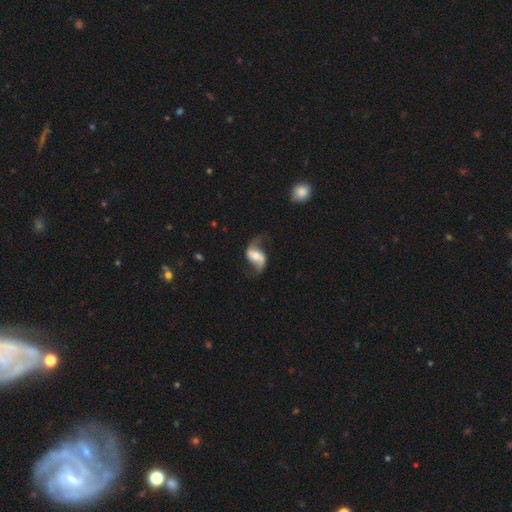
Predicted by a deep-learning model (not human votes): Smooth or featured? Predicted: featured or disk (p=0.81). Edge-on disk? Predicted: no (p=0.96). Bar? Predicted: weak (p=0.39). Spiral arms? Predicted: yes (p=0.94). Spiral winding? Predicted: loose (p=0.76). Spiral arm count? Predicted: 2 (p=0.92). Bulge size? Predicted: moderate (p=0.55). Merging? Predicted: none (p=0.70).